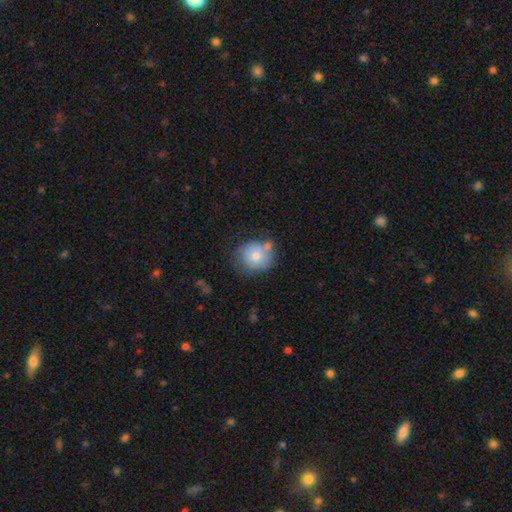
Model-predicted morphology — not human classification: Q: Smooth or featured?
A: smooth (76%); runner-up: featured or disk (17%)
Q: How rounded?
A: round (84%); runner-up: in between (15%)
Q: Merging?
A: none (55%); runner-up: minor disturbance (21%)